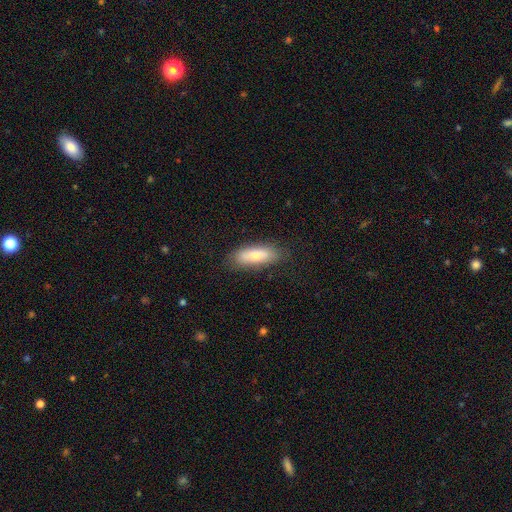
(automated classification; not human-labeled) This is likely a smooth galaxy (70%). How rounded: likely in between (65%). Merging: clearly none (81%).